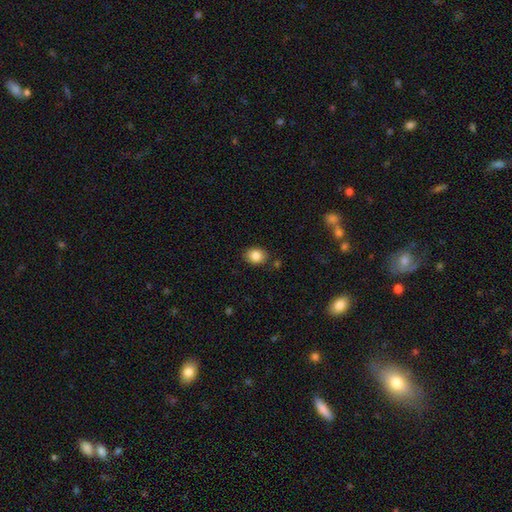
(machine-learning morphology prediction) A smooth galaxy with no disk features (85%) that is in between round and cigar-shaped (61%). Merging: none (84%).